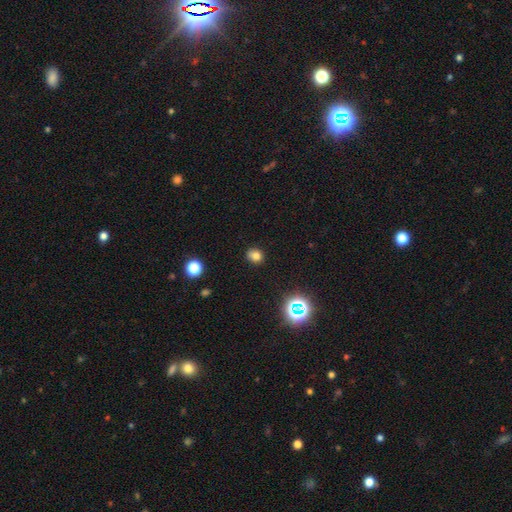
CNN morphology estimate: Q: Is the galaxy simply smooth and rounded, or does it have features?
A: smooth — 76%.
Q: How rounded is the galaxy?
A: round — 66%.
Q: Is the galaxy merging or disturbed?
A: none — 81%.